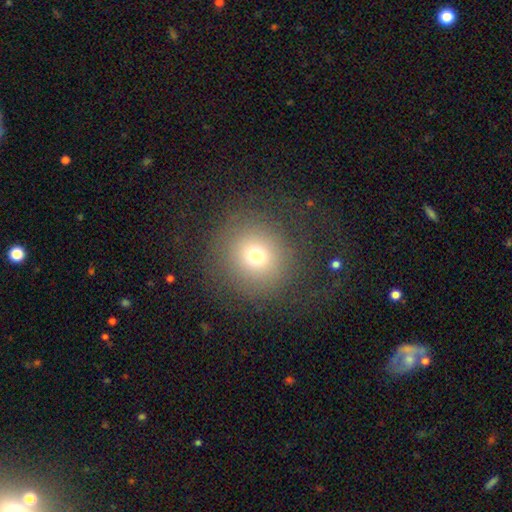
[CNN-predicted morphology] The model was most divided on "smooth or featured": smooth: 70%, star or artifact: 18%, featured or disk: 12%. More confident: how rounded — round (92%); merging — none (82%).